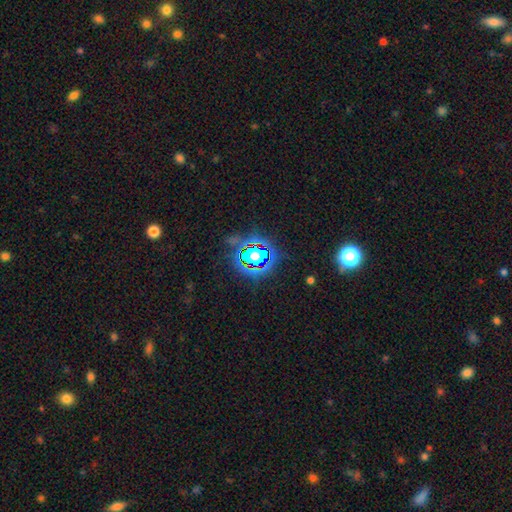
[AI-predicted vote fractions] Q: Smooth or featured?
A: star or artifact (77%); runner-up: smooth (15%)